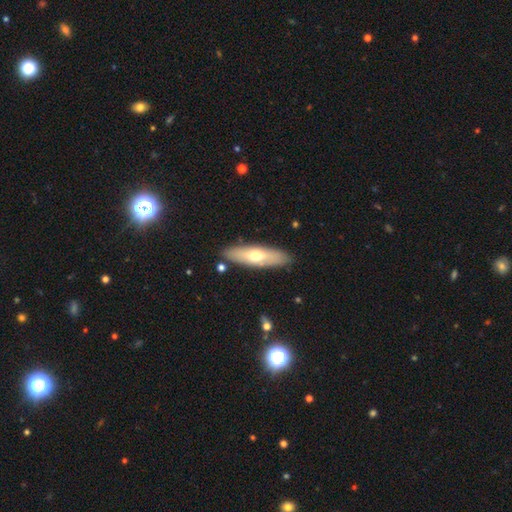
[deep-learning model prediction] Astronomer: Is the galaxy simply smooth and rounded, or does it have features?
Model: smooth — 57% (runner-up: featured or disk, 38%).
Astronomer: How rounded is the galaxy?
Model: cigar-shaped — 54% (runner-up: in between, 44%).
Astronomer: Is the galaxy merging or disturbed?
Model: none — 85%.